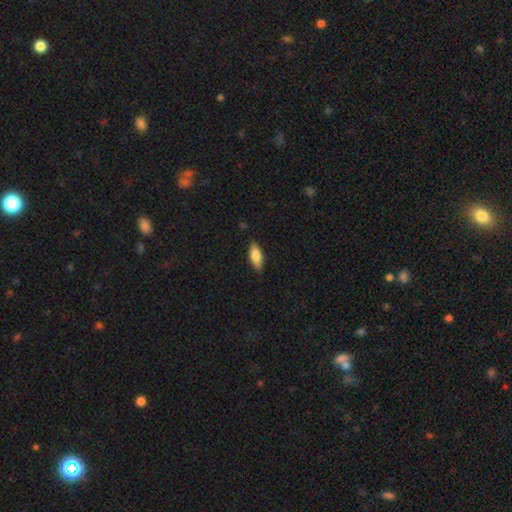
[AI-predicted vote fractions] Smooth or featured?
  - smooth: 74% *
  - featured or disk: 20%
  - star or artifact: 6%
How rounded?
  - in between: 73% *
  - cigar-shaped: 25%
  - round: 2%
Merging?
  - none: 86% *
  - minor disturbance: 11%
  - major disturbance: 2%
  - merger: 1%